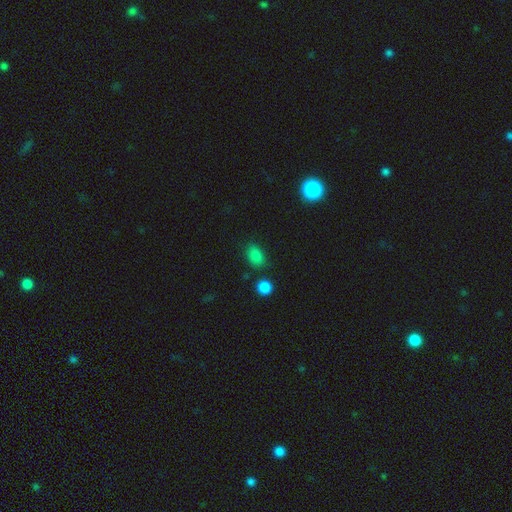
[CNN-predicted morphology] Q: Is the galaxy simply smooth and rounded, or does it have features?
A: smooth — 83%.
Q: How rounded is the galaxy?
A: in between — 81%.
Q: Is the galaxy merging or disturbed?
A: none — 74%.